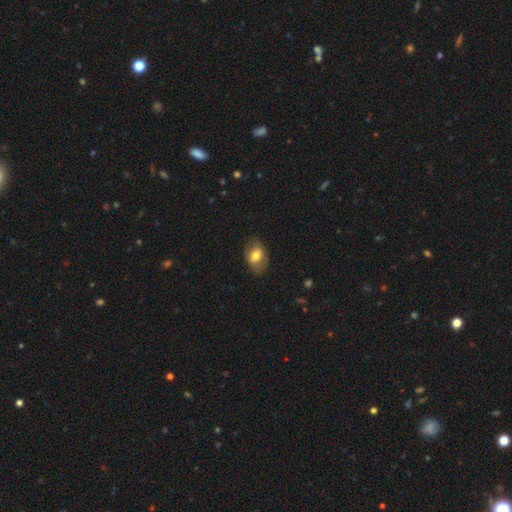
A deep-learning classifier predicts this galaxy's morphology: smooth_or_featured: smooth (p=0.66) [alt: featured or disk p=0.27]
how_rounded: in between (p=0.83) [alt: round p=0.15]
merging: none (p=0.79) [alt: minor disturbance p=0.16]